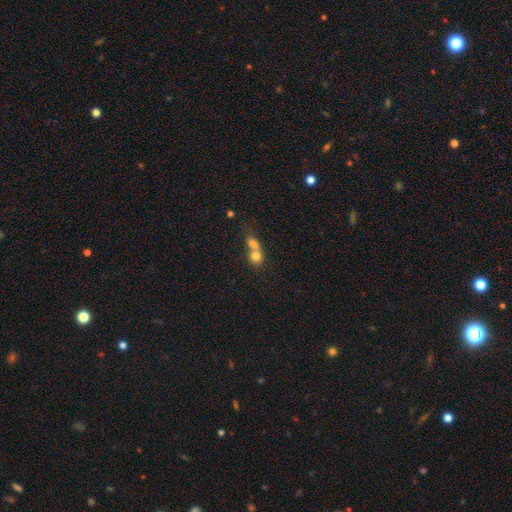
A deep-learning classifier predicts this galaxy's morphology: Smooth or featured: smooth — 75% (featured or disk — 15%)
How rounded: round — 69% (in between — 29%)
Merging: merger — 73% (none — 19%)